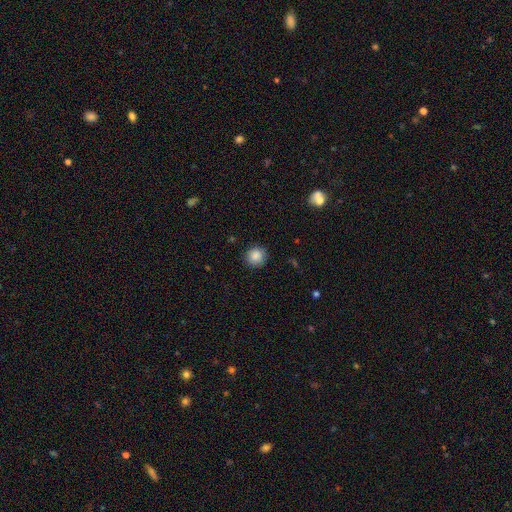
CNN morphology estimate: smooth 87%, star or artifact 9%, featured or disk 4%. Down the decision tree: how rounded — round (92%); merging — none (87%).